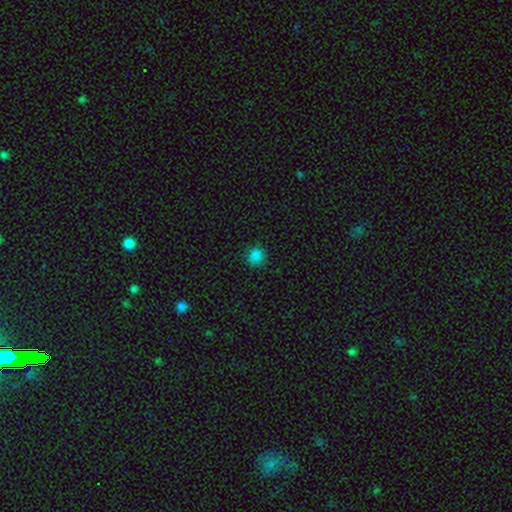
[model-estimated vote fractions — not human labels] Morphology: type=smooth (83%); roundness=round (88%); merging=none (87%).